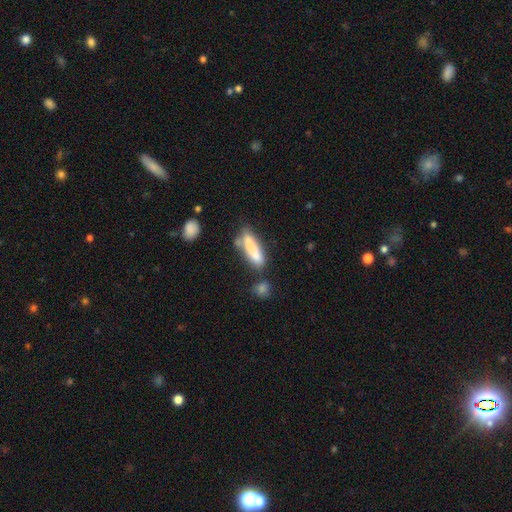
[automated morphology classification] smooth 76%, featured or disk 16%, star or artifact 7%. Down the decision tree: how rounded — cigar-shaped (60%); merging — none (45%).